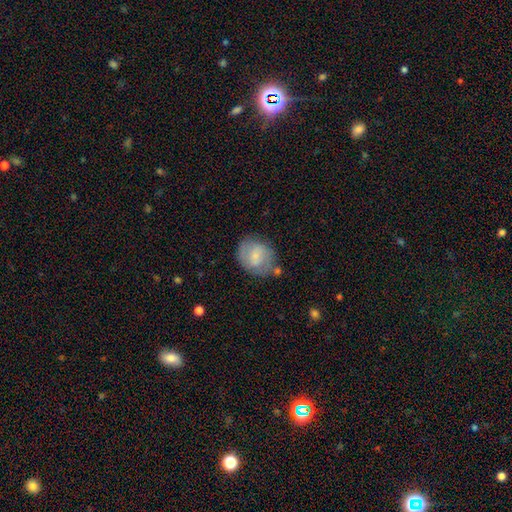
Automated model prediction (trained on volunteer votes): This is possibly a smooth galaxy (57%). How rounded: possibly round (59%). Merging: likely none (63%).